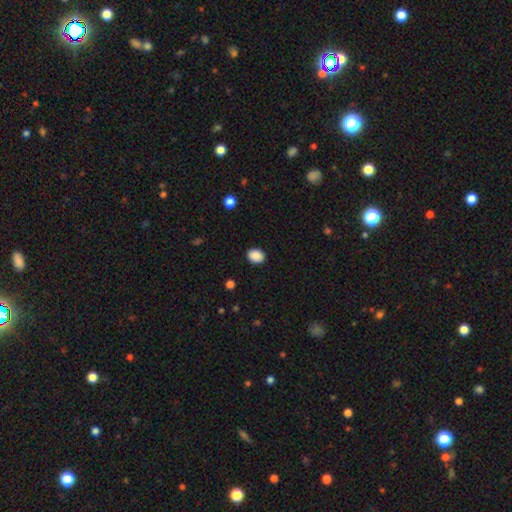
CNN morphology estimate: A smooth galaxy with no disk features (89%) that is in between round and cigar-shaped (61%). Merging: none (90%).